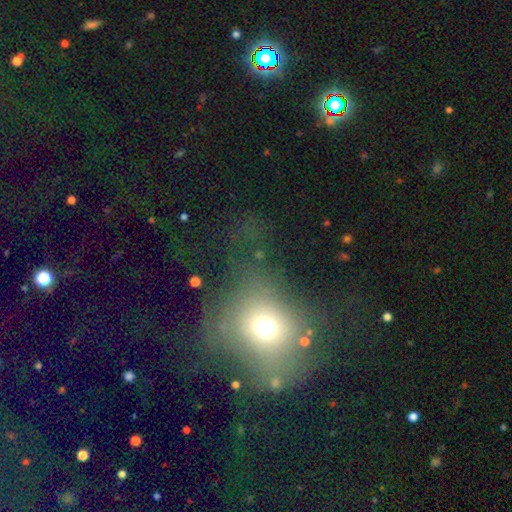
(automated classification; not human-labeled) This appears to be a smooth galaxy with no disk features (56%) that is round (74%). Merging: none (43%).